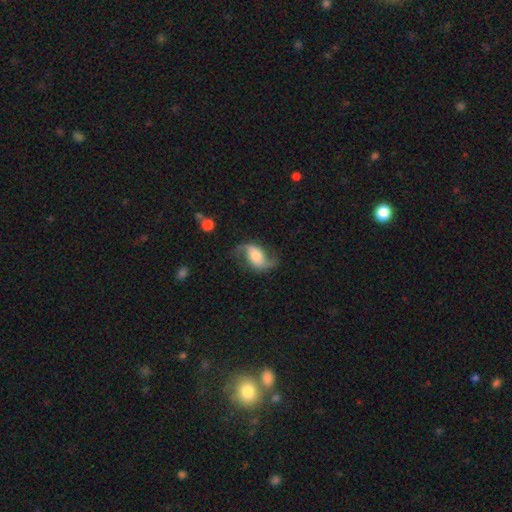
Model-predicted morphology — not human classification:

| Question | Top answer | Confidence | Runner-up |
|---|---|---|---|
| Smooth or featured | featured or disk | 77% | smooth (17%) |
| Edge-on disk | no | 96% | yes (4%) |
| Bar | no | 46% | weak (35%) |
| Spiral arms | yes | 94% | no (6%) |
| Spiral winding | loose | 74% | medium (21%) |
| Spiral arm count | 2 | 92% | 1 (3%) |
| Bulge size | moderate | 42% | small (25%) |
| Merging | none | 68% | minor disturbance (18%) |